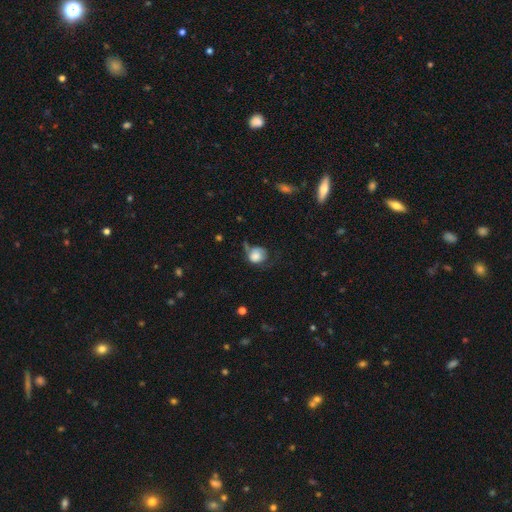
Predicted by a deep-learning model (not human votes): This appears to be a smooth galaxy with no disk features (72%) that is round (74%). Merging: major disturbance (33%).